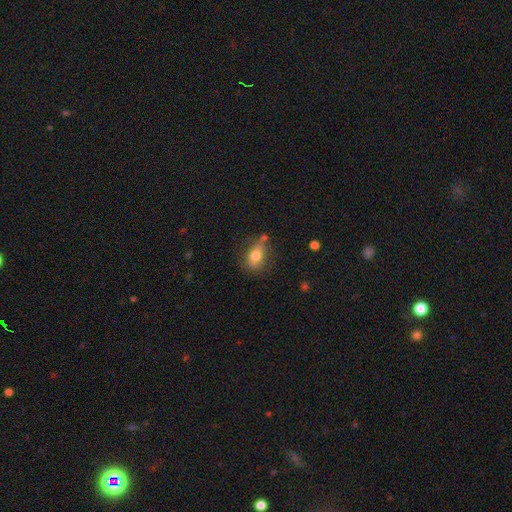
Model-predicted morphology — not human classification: Overall: smooth (72%). How rounded: in between (75%). Merging: none (62%; minor disturbance 23%).